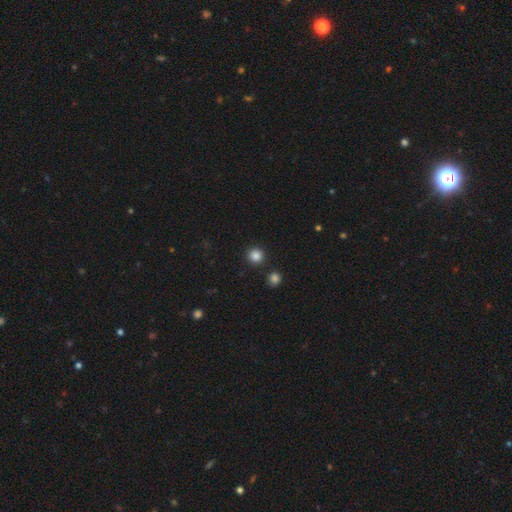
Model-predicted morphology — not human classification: Smooth or featured? Predicted: smooth (p=0.85). How rounded? Predicted: round (p=0.94). Merging? Predicted: none (p=0.89).